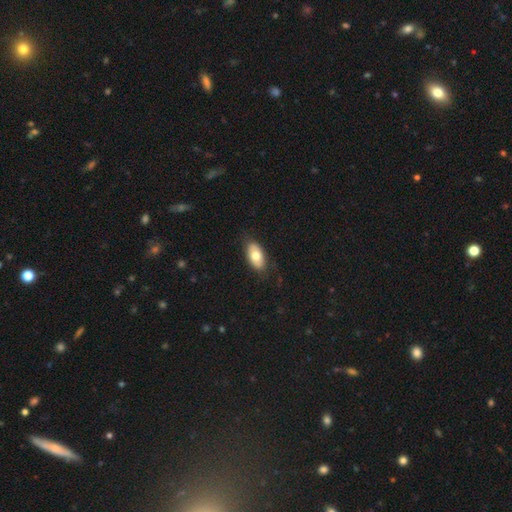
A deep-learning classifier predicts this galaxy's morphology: Smooth or featured? Predicted: smooth (p=0.73). How rounded? Predicted: in between (p=0.92). Merging? Predicted: none (p=0.83).